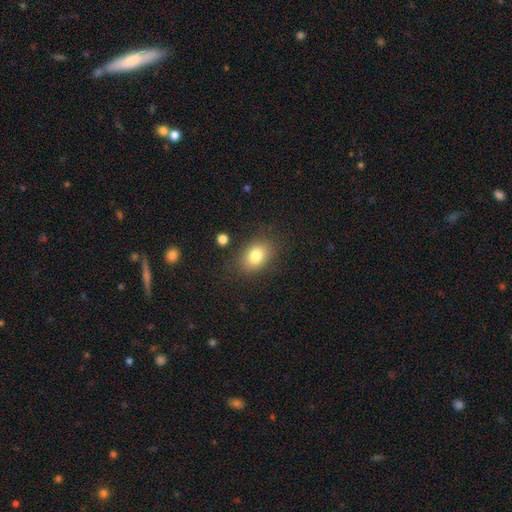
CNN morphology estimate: type=smooth (80%); roundness=in between (77%); merging=none (81%).